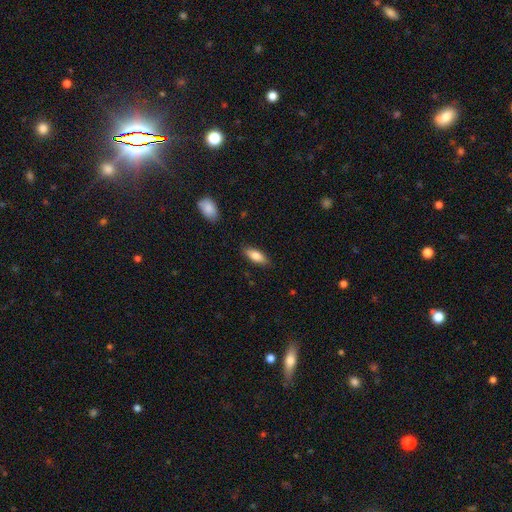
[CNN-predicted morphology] This is likely a smooth galaxy (78%). How rounded: likely in between (72%). Merging: clearly none (85%).